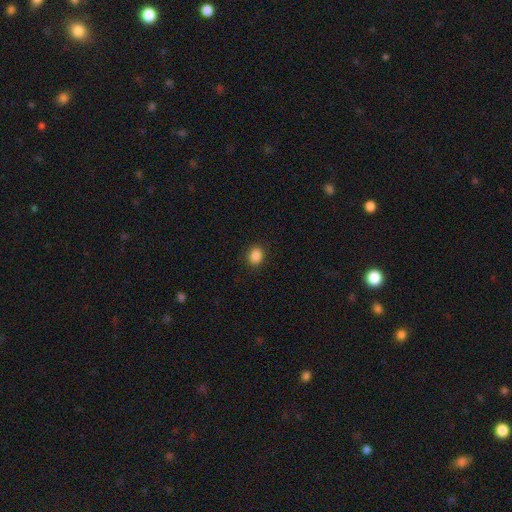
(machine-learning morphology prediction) Smooth or featured: smooth — 87% (star or artifact — 10%)
How rounded: round — 56% (in between — 43%)
Merging: none — 90% (minor disturbance — 7%)